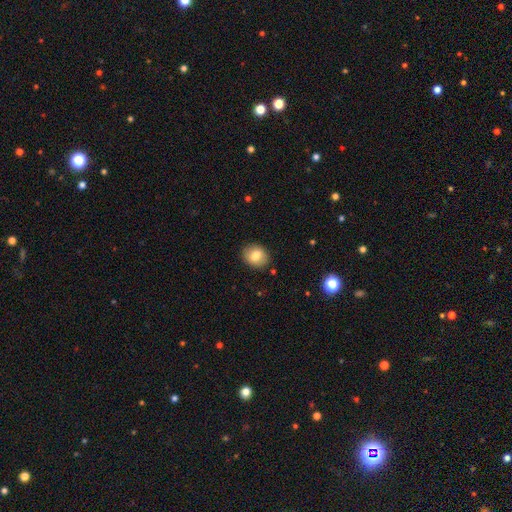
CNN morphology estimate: Overall: smooth (78%). How rounded: round (60%; in between 39%). Merging: none (88%).